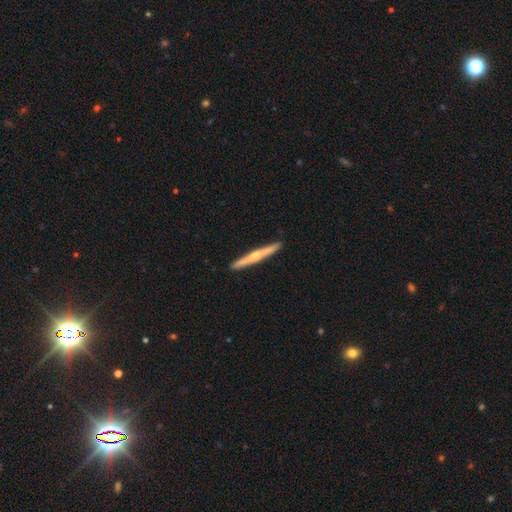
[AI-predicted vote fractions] This appears to be a featured or disk galaxy (62%) viewed edge-on (98%) with a rounded central bulge (79%). Merging: none (92%).